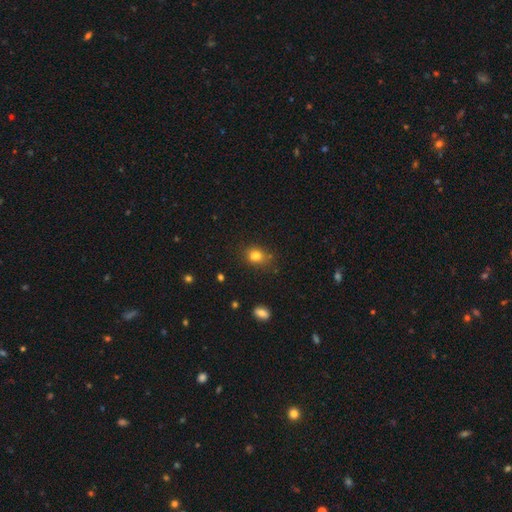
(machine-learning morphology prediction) type=smooth (79%); roundness=in between (52%); merging=none (64%).